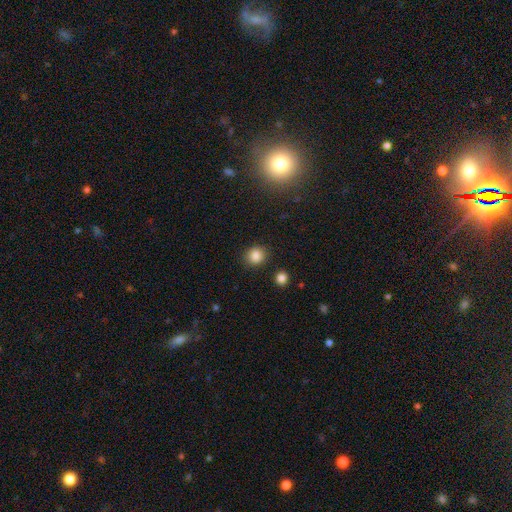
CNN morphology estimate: Smooth or featured? Predicted: smooth (p=0.85). How rounded? Predicted: round (p=0.81). Merging? Predicted: none (p=0.87).